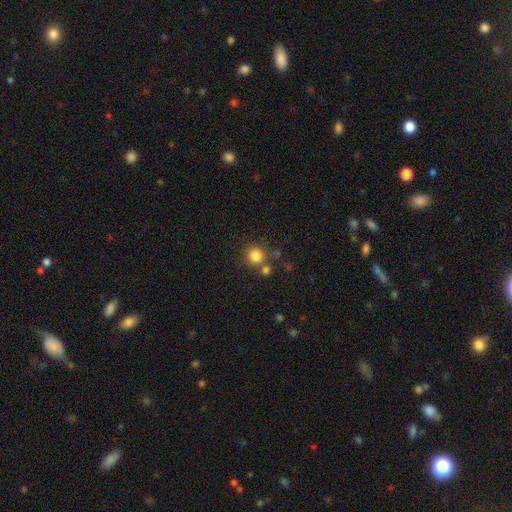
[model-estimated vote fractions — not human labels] A smooth galaxy with no disk features (82%) that is round (93%). Merging: none (74%).